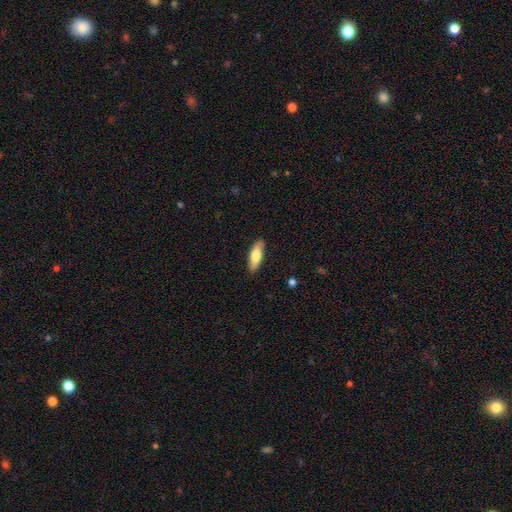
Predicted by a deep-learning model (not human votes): A smooth galaxy with no disk features (71%) that is in between round and cigar-shaped (54%).

Vote fractions:
- Smooth or featured? smooth: 71% / featured or disk: 24% / star or artifact: 6%
- How rounded? in between: 54% / cigar-shaped: 44% / round: 2%
- Merging? none: 84% / minor disturbance: 13% / major disturbance: 2% / merger: 1%